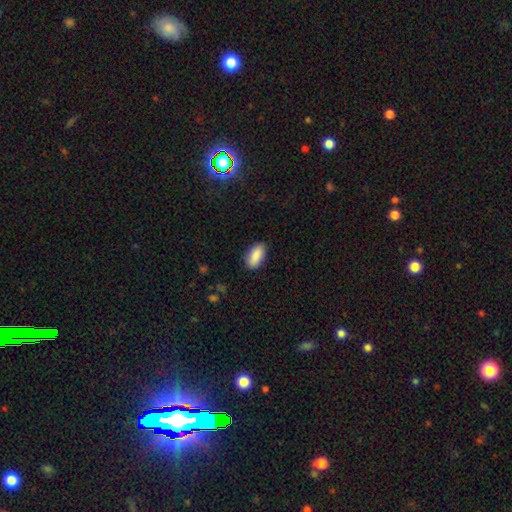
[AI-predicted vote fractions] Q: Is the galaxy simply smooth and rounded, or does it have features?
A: smooth — 89%.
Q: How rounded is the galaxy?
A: in between — 91%.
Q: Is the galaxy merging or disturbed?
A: none — 86%.